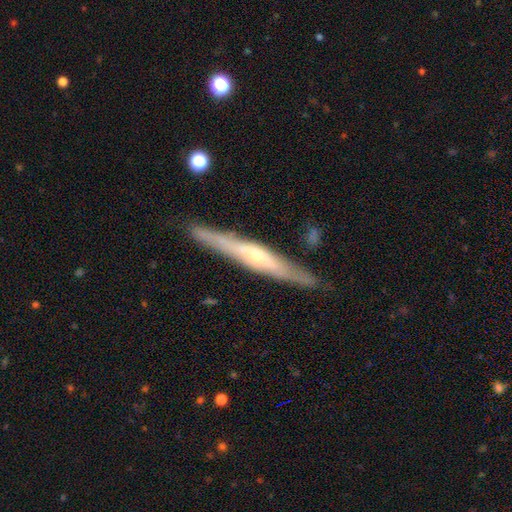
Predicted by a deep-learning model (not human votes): Morphology: type=featured or disk (71%); edge-on=yes (92%); edge-on bulge=rounded (63%); merging=none (86%).